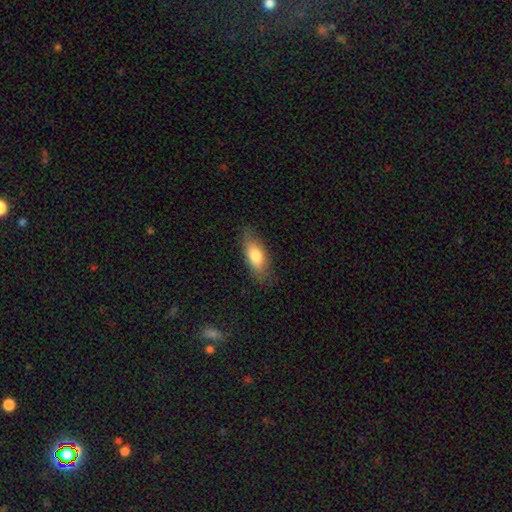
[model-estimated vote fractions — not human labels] Q: Smooth or featured?
A: smooth (77%); runner-up: featured or disk (17%)
Q: How rounded?
A: in between (79%); runner-up: cigar-shaped (18%)
Q: Merging?
A: none (79%); runner-up: minor disturbance (16%)